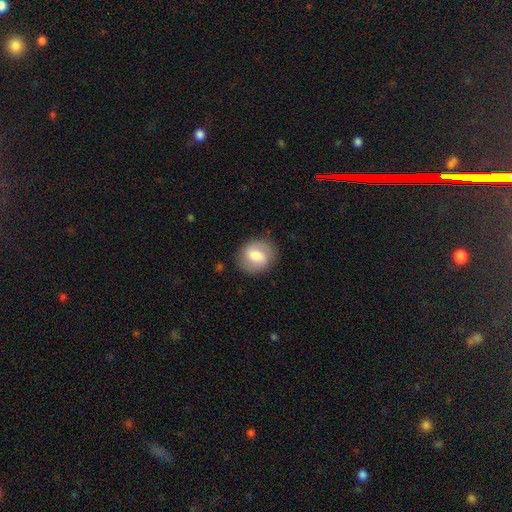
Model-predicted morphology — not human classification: Smooth or featured?
  - smooth: 66% *
  - featured or disk: 27%
  - star or artifact: 7%
How rounded?
  - round: 67% *
  - in between: 32%
  - cigar-shaped: 1%
Merging?
  - none: 84% *
  - minor disturbance: 11%
  - major disturbance: 4%
  - merger: 1%